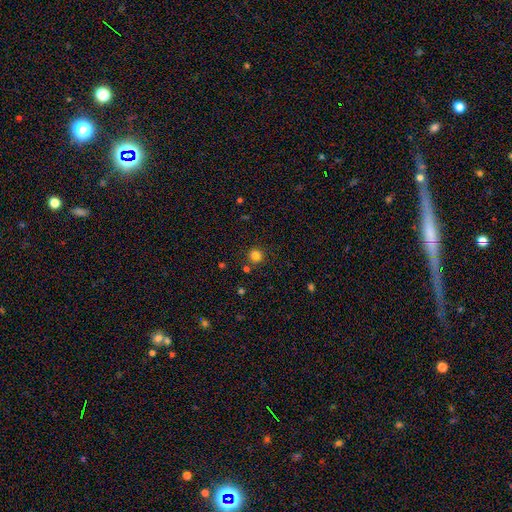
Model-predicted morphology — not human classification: smooth_or_featured: smooth (p=0.80) [alt: star or artifact p=0.14]
how_rounded: round (p=0.92) [alt: in between p=0.07]
merging: none (p=0.81) [alt: minor disturbance p=0.09]